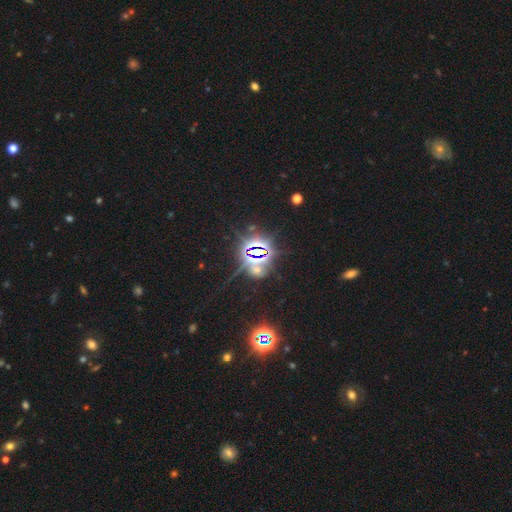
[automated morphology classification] A star or artifact, not a galaxy (84%).